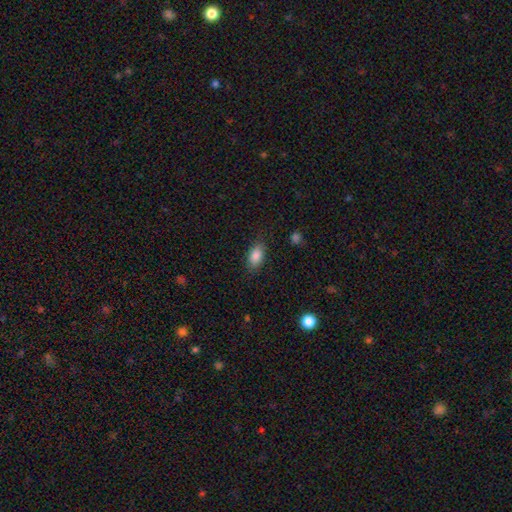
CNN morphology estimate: A smooth galaxy with no disk features (85%) that is in between round and cigar-shaped (90%).

Vote fractions:
- Smooth or featured? smooth: 85% / star or artifact: 8% / featured or disk: 7%
- How rounded? in between: 90% / round: 6% / cigar-shaped: 4%
- Merging? none: 80% / minor disturbance: 15% / major disturbance: 4% / merger: 1%